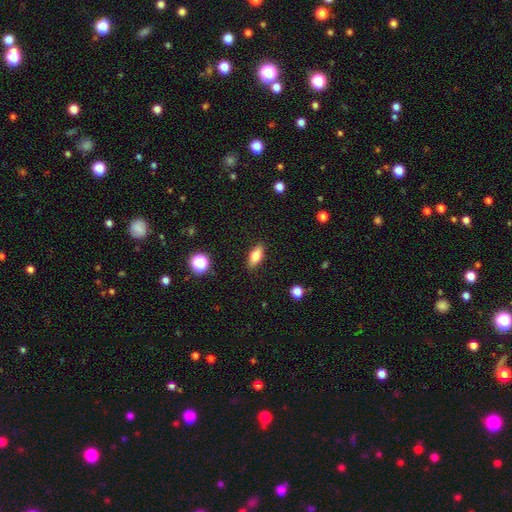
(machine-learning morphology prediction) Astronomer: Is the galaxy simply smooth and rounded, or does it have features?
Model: smooth — 68%.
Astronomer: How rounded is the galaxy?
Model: in between — 75%.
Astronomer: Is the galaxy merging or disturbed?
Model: none — 87%.